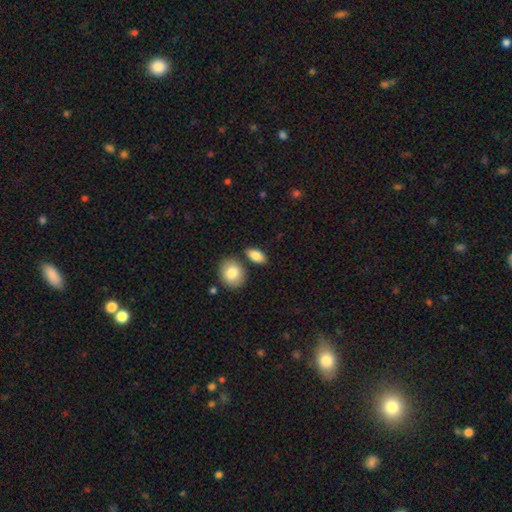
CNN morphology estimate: smooth_or_featured: smooth (p=0.85) [alt: featured or disk p=0.09]
how_rounded: in between (p=0.87) [alt: round p=0.08]
merging: none (p=0.76) [alt: minor disturbance p=0.12]